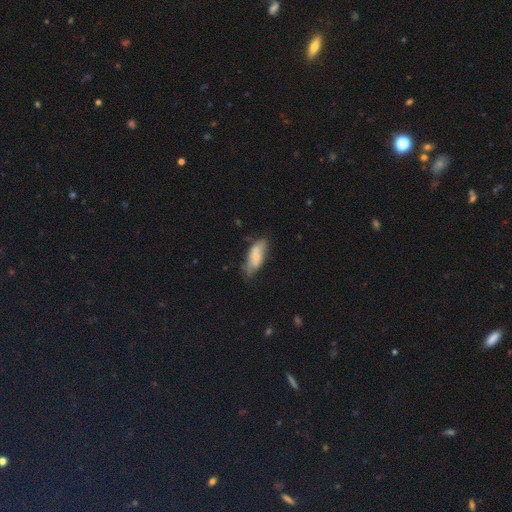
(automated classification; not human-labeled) Q: Smooth or featured?
A: smooth (55%); runner-up: featured or disk (38%)
Q: How rounded?
A: in between (77%); runner-up: cigar-shaped (21%)
Q: Merging?
A: none (51%); runner-up: minor disturbance (32%)